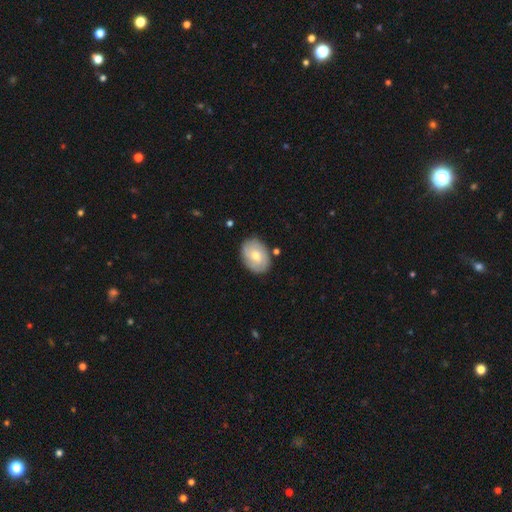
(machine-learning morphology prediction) Overall: featured or disk (50%; smooth 44%). Merging: none (81%).